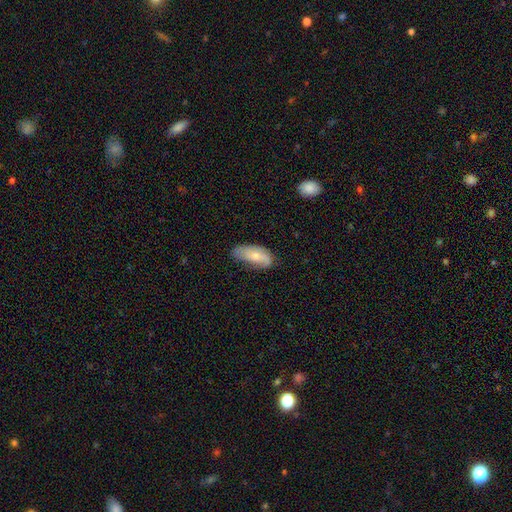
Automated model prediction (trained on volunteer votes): A smooth galaxy with no disk features (56%) that is in between round and cigar-shaped (88%). Merging: none (54%).